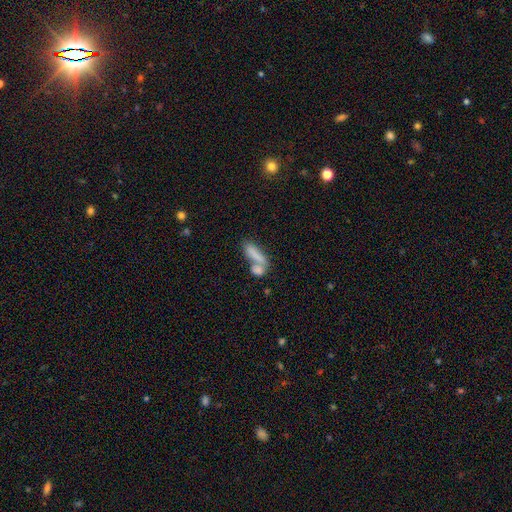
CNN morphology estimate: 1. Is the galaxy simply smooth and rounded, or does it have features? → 75% smooth, 16% featured or disk, 9% star or artifact.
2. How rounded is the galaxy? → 48% in between, 47% cigar-shaped, 5% round.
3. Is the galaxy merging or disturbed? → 55% merger, 29% none, 9% minor disturbance, 7% major disturbance.